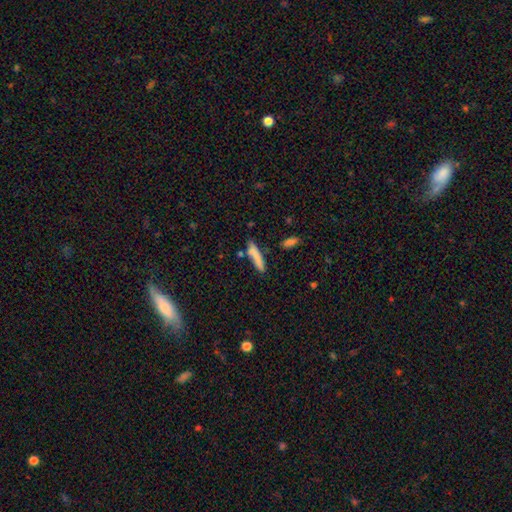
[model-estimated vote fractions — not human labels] Morphology: type=smooth (79%); roundness=cigar-shaped (82%); merging=none (66%).